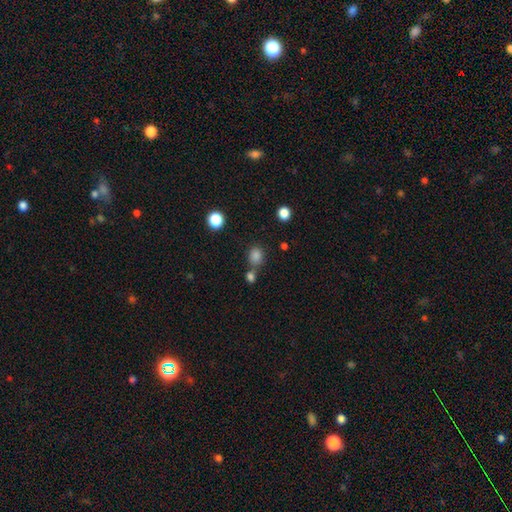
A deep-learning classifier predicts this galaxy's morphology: smooth_or_featured: smooth (p=0.83) [alt: star or artifact p=0.13]
how_rounded: round (p=0.70) [alt: in between p=0.29]
merging: none (p=0.60) [alt: merger p=0.25]